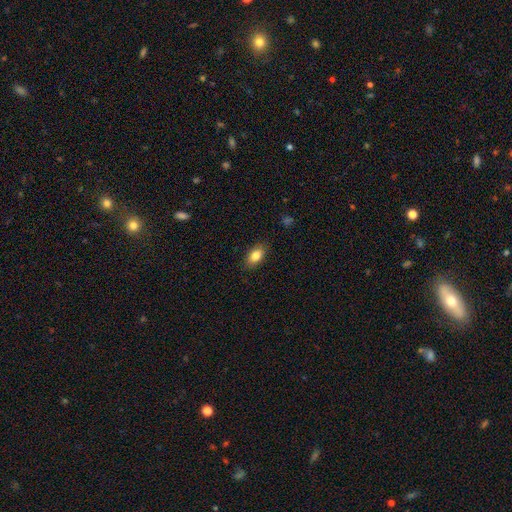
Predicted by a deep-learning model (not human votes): This appears to be a smooth galaxy with no disk features (83%) that is in between round and cigar-shaped (89%). Merging: none (86%).